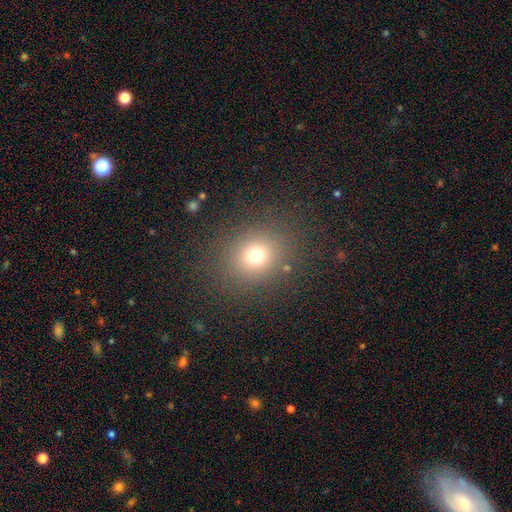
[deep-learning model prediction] A smooth galaxy with no disk features (71%) that is round (76%). Merging: none (84%).